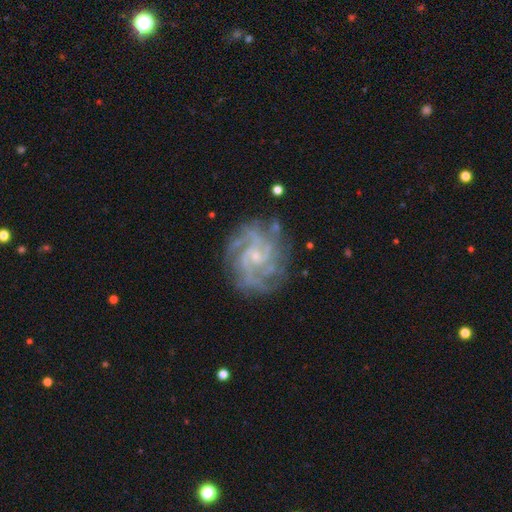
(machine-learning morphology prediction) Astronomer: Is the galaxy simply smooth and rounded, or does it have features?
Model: featured or disk — 89%.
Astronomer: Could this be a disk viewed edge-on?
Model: no — 98%.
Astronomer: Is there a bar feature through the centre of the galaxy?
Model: no — 62%.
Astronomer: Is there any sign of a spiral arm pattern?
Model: yes — 98%.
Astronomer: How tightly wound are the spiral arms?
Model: tight — 55% (runner-up: medium, 38%).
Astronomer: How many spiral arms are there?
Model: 4 — 26% (runner-up: 3, 24%).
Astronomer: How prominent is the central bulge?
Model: small — 77%.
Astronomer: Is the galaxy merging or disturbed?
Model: none — 77%.